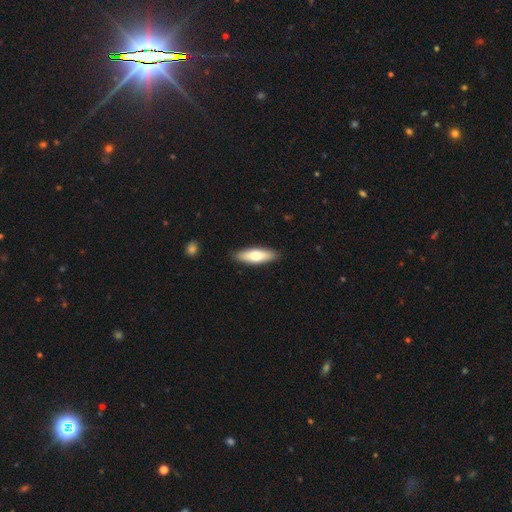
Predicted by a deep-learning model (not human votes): A smooth galaxy with no disk features (67%) that is in between round and cigar-shaped (52%).

Vote fractions:
- Smooth or featured? smooth: 67% / featured or disk: 28% / star or artifact: 5%
- How rounded? in between: 52% / cigar-shaped: 46% / round: 2%
- Merging? none: 89% / minor disturbance: 8% / major disturbance: 2% / merger: 1%